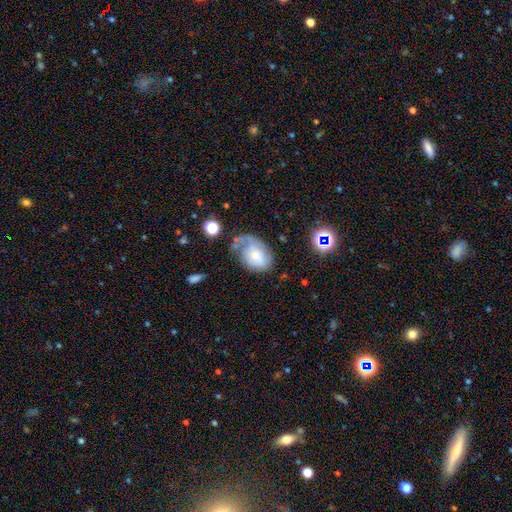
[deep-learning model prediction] Overall: featured or disk (53%; smooth 38%). Edge-on disk: no (96%). Bar: no (71%). Spiral arms: yes (73%). Bulge size: small (55%; moderate 36%). Merging: none (37%; major disturbance 28%).